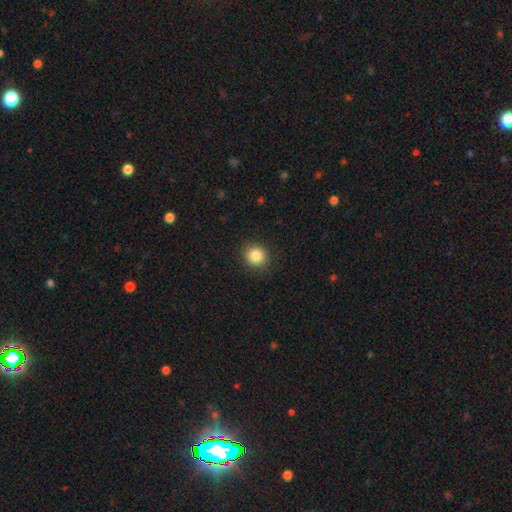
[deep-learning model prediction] Smooth or featured?
  - smooth: 86% *
  - star or artifact: 10%
  - featured or disk: 5%
How rounded?
  - round: 89% *
  - in between: 10%
  - cigar-shaped: 1%
Merging?
  - none: 90% *
  - minor disturbance: 6%
  - major disturbance: 2%
  - merger: 1%